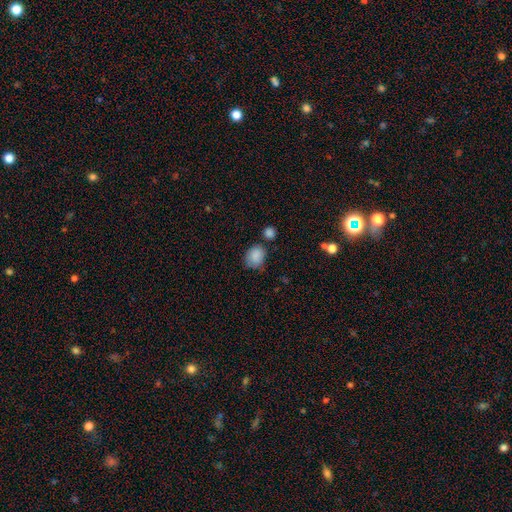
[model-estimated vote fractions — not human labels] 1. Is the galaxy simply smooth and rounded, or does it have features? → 85% smooth, 9% star or artifact, 7% featured or disk.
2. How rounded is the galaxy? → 52% round, 47% in between, 1% cigar-shaped.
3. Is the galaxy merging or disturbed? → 59% none, 26% minor disturbance, 9% merger, 7% major disturbance.